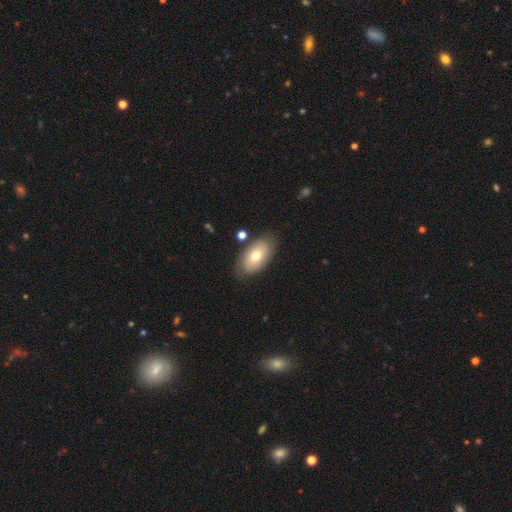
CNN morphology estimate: smooth 72%, featured or disk 21%, star or artifact 7%. Down the decision tree: how rounded — in between (93%); merging — none (80%).